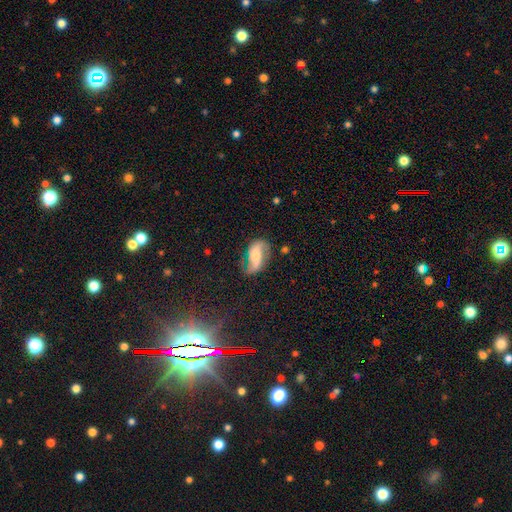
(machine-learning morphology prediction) Smooth or featured? Predicted: featured or disk (p=0.72). Edge-on disk? Predicted: no (p=0.96). Bar? Predicted: no (p=0.36). Spiral arms? Predicted: yes (p=0.92). Spiral winding? Predicted: loose (p=0.65). Spiral arm count? Predicted: 2 (p=0.89). Bulge size? Predicted: small (p=0.41). Merging? Predicted: none (p=0.65).